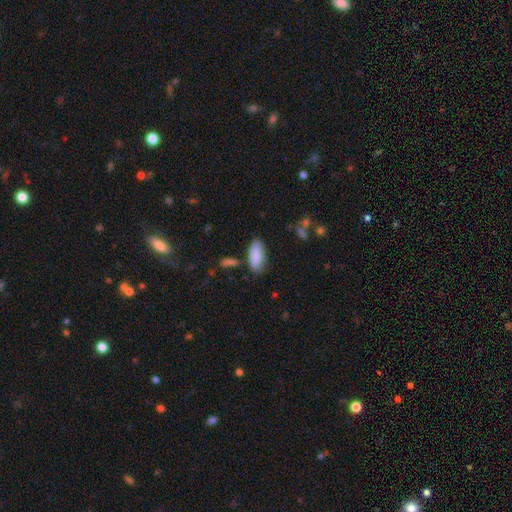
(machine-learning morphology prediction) smooth 86%, featured or disk 7%, star or artifact 6%. Down the decision tree: how rounded — in between (86%); merging — none (74%).